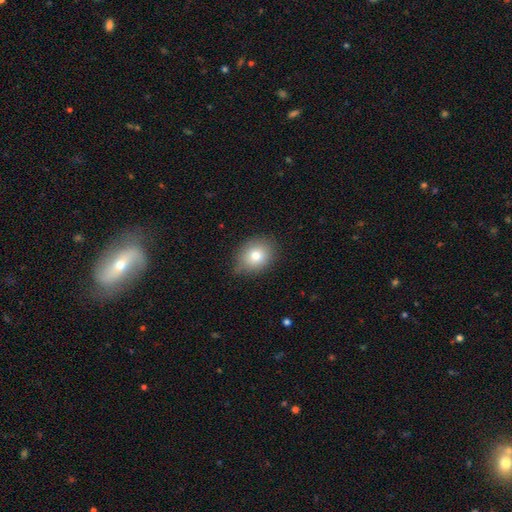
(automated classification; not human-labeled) Smooth or featured? smooth (79%)
How rounded? in between (51%)
Merging? none (77%)